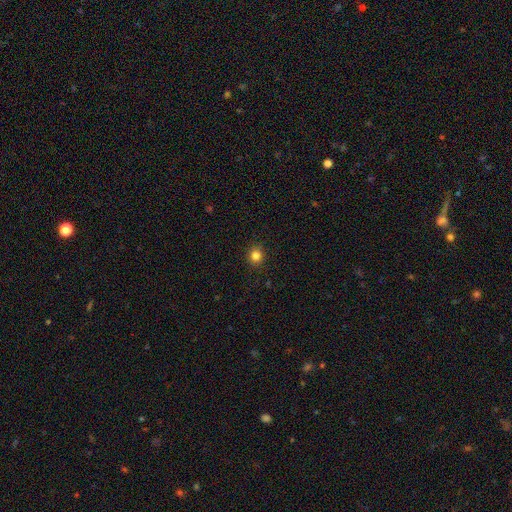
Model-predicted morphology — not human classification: This is clearly a smooth galaxy (83%). How rounded: clearly round (87%). Merging: clearly none (91%).